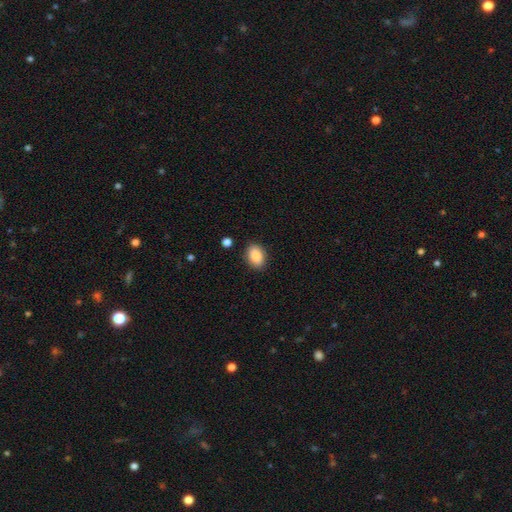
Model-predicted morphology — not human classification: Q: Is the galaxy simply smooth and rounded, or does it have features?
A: smooth — 87%.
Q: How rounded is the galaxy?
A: in between — 85%.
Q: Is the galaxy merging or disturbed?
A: none — 87%.